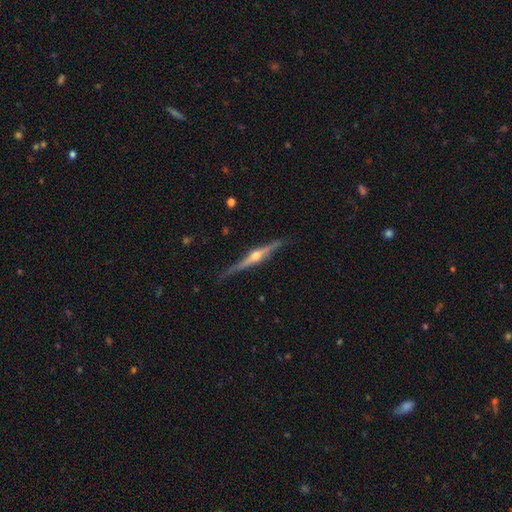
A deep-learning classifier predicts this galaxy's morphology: This appears to be a featured or disk galaxy (82%) viewed edge-on (98%) with a rounded central bulge (92%). Merging: none (84%).